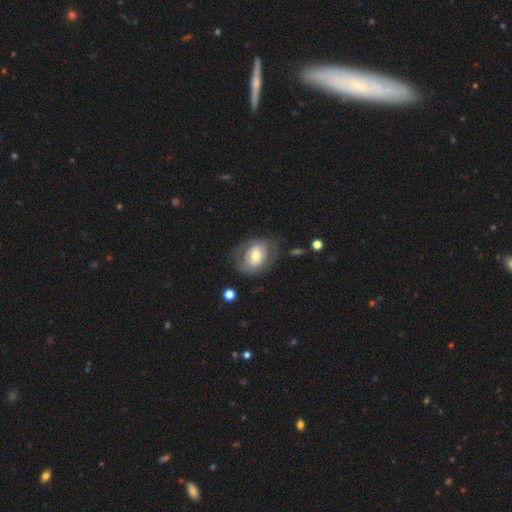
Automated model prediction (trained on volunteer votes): featured or disk 57%, smooth 37%, star or artifact 6%. Down the decision tree: edge-on disk — no (95%); bar — no (49%); spiral arms — no (56%); bulge size — moderate (68%); merging — none (66%).